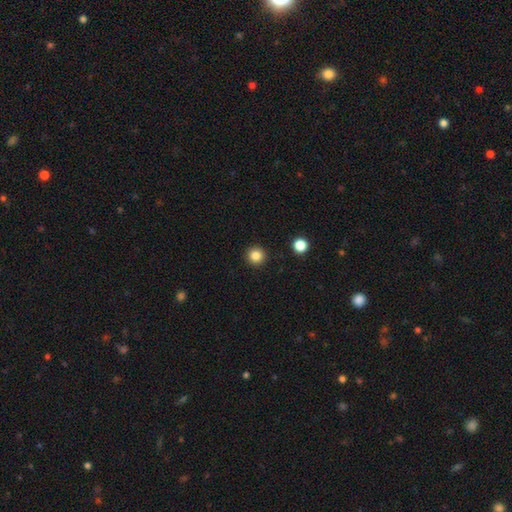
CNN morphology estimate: smooth_or_featured: smooth (p=0.83) [alt: star or artifact p=0.12]
how_rounded: round (p=0.96) [alt: in between p=0.03]
merging: none (p=0.93) [alt: minor disturbance p=0.04]